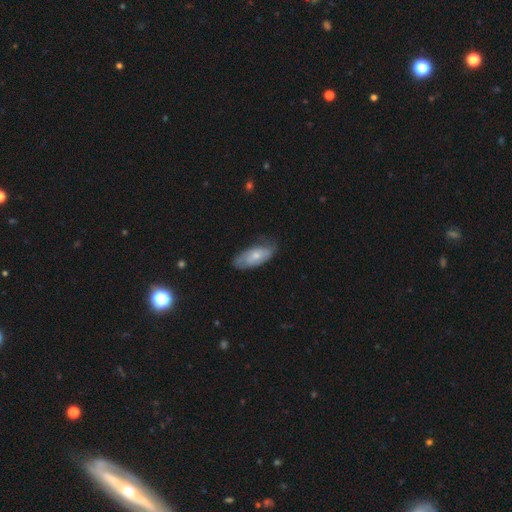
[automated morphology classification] Smooth or featured: smooth — 52% (featured or disk — 42%)
How rounded: in between — 86% (cigar-shaped — 12%)
Merging: none — 64% (minor disturbance — 27%)